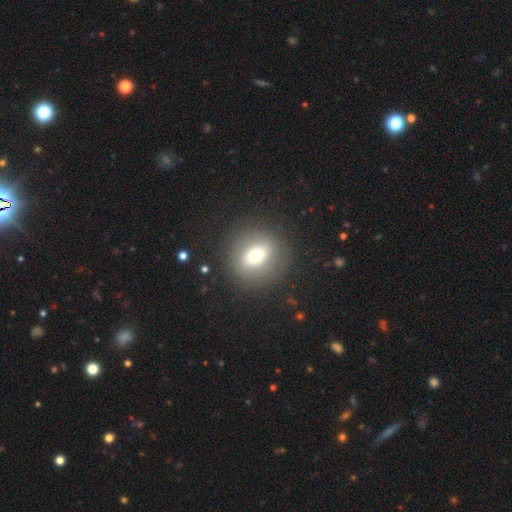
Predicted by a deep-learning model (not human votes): Morphology: type=smooth (62%); roundness=round (79%); merging=none (85%).